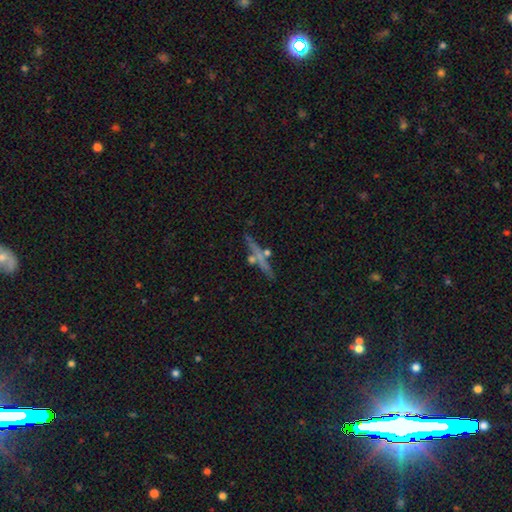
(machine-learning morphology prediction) This is possibly a featured or disk galaxy (51%). It is clearly viewed edge-on (90%). Merging: clearly none (83%).